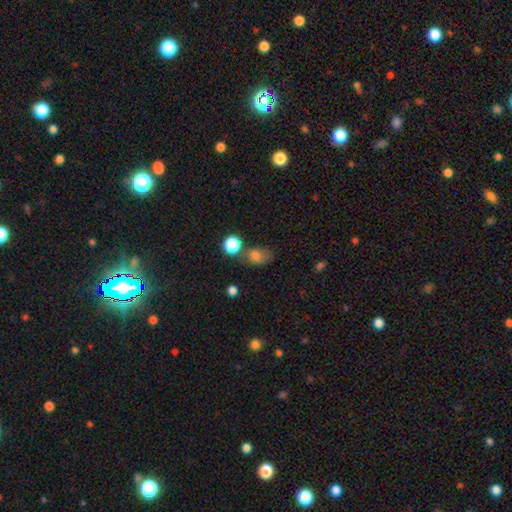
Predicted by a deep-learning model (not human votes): Smooth or featured? Predicted: smooth (p=0.76). How rounded? Predicted: in between (p=0.71). Merging? Predicted: none (p=0.54).